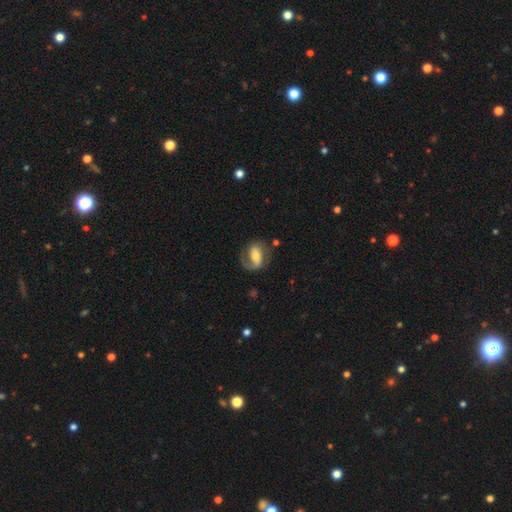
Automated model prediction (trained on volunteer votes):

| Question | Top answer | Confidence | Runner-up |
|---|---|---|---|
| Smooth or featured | featured or disk | 74% | smooth (21%) |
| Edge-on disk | no | 96% | yes (4%) |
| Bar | weak | 38% | strong (37%) |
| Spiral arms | yes | 89% | no (11%) |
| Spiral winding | medium | 47% | loose (28%) |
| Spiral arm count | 2 | 62% | 1 (31%) |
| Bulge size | moderate | 58% | small (27%) |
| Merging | none | 64% | minor disturbance (18%) |